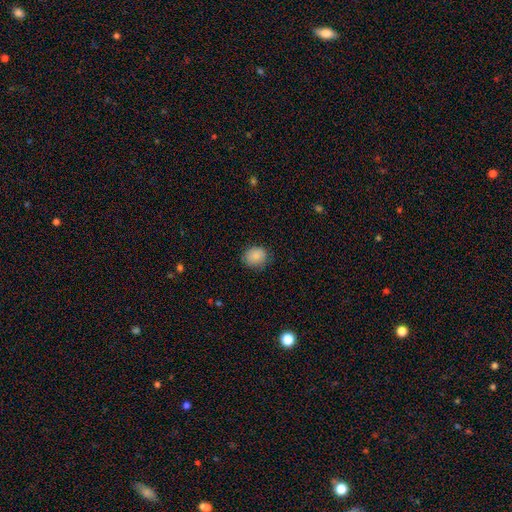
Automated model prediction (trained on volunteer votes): smooth-or-featured: smooth: 87% | star or artifact: 8% | featured or disk: 5%
  how-rounded: round: 71% | in between: 28% | cigar-shaped: 1%
  merging: none: 80% | minor disturbance: 15% | major disturbance: 3% | merger: 1%